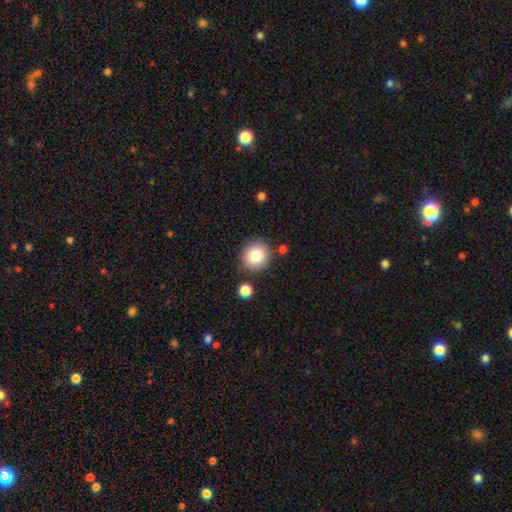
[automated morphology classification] This is clearly a smooth galaxy (82%). How rounded: clearly round (89%). Merging: clearly none (83%).